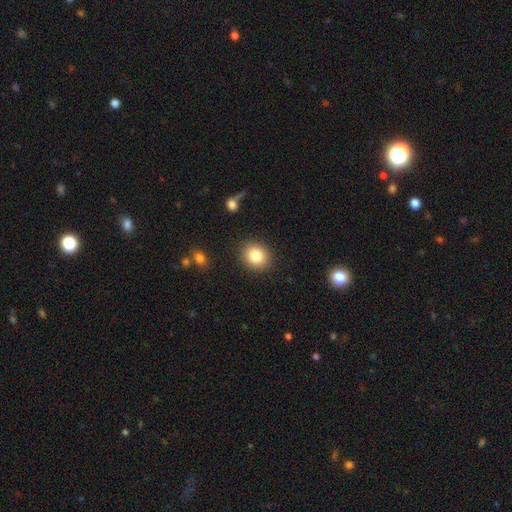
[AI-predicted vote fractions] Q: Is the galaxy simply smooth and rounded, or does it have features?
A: smooth — 83%.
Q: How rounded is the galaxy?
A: round — 72%.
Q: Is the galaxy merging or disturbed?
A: none — 89%.